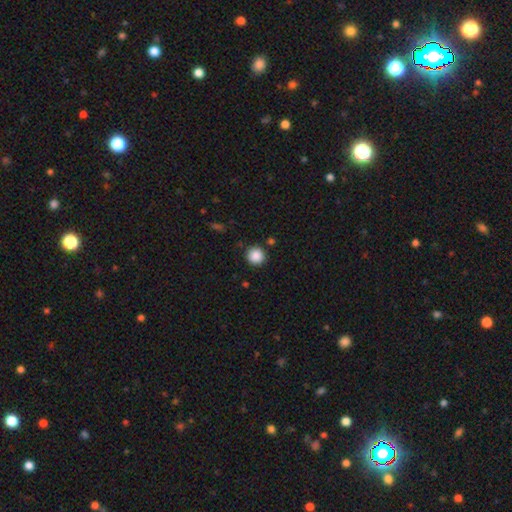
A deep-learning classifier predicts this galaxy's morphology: smooth-or-featured: smooth: 88% | star or artifact: 10% | featured or disk: 3%
  how-rounded: round: 94% | in between: 5% | cigar-shaped: 1%
  merging: none: 89% | minor disturbance: 7% | merger: 2% | major disturbance: 2%